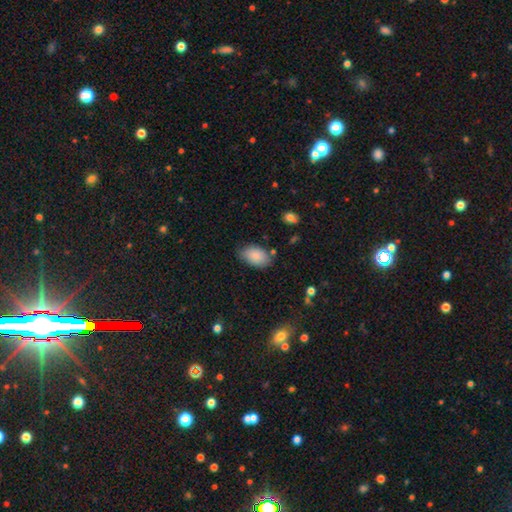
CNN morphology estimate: smooth_or_featured: smooth (p=0.87) [alt: star or artifact p=0.07]
how_rounded: in between (p=0.92) [alt: round p=0.07]
merging: none (p=0.75) [alt: minor disturbance p=0.19]